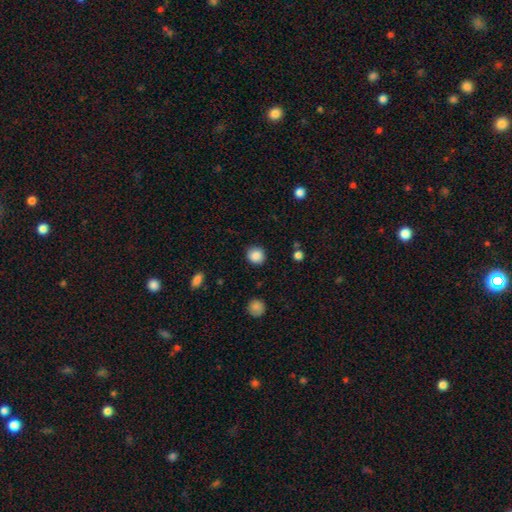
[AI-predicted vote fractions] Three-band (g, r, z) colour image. It shows a smooth galaxy with no disk features (87%) that is round (87%). Merging: none (89%).